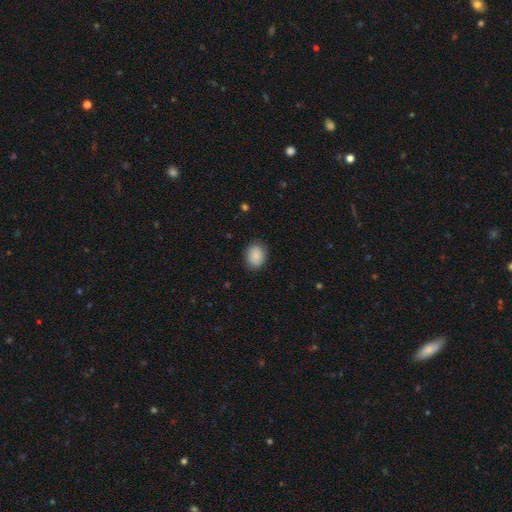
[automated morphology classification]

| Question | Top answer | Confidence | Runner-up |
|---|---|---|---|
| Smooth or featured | smooth | 87% | star or artifact (7%) |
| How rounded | in between | 51% | round (48%) |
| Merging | none | 87% | minor disturbance (10%) |